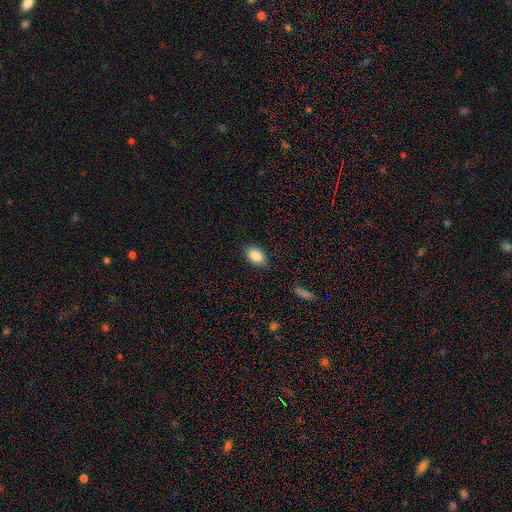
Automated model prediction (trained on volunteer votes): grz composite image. It shows a smooth galaxy with no disk features (89%) that is in between round and cigar-shaped (91%). Merging: none (84%).